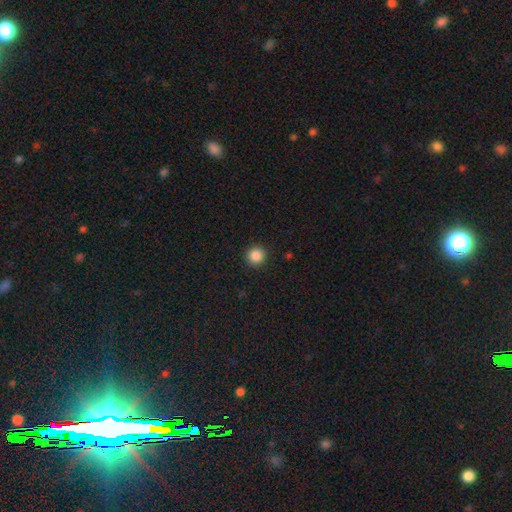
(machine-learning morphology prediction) smooth_or_featured: smooth (p=0.86) [alt: star or artifact p=0.10]
how_rounded: round (p=0.94) [alt: in between p=0.05]
merging: none (p=0.92) [alt: minor disturbance p=0.05]